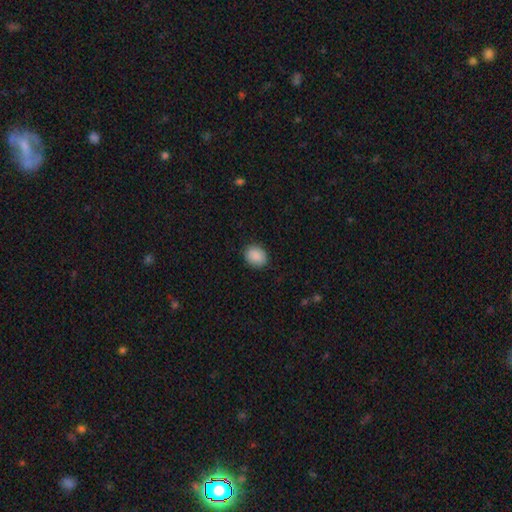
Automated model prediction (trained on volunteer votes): Overall: smooth (90%). How rounded: round (53%; in between 46%). Merging: none (89%).